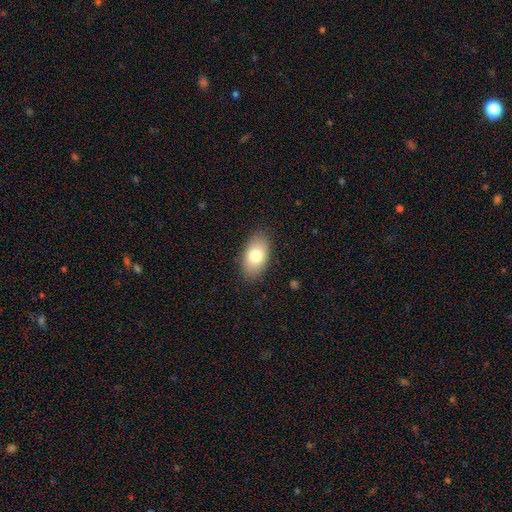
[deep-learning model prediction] A smooth galaxy with no disk features (78%) that is in between round and cigar-shaped (93%). Merging: none (85%).